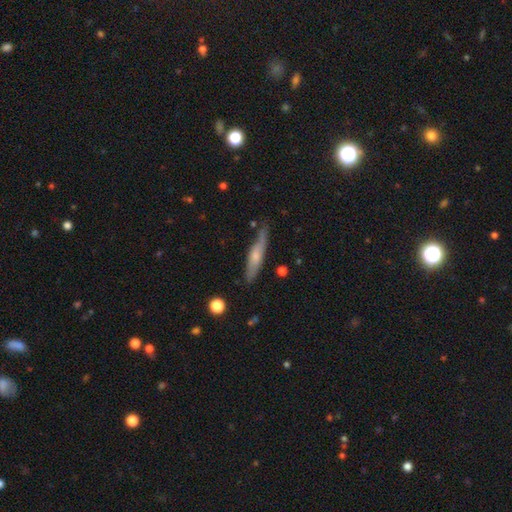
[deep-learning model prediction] Overall: smooth (50%; featured or disk 43%). How rounded: cigar-shaped (84%). Merging: none (71%).